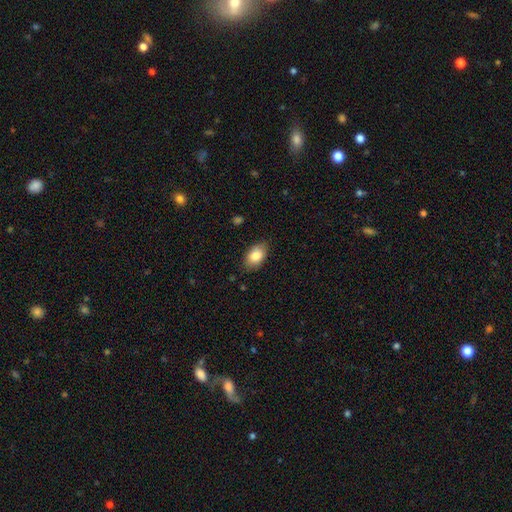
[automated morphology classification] smooth 84%, featured or disk 9%, star or artifact 7%. Down the decision tree: how rounded — in between (90%); merging — none (83%).